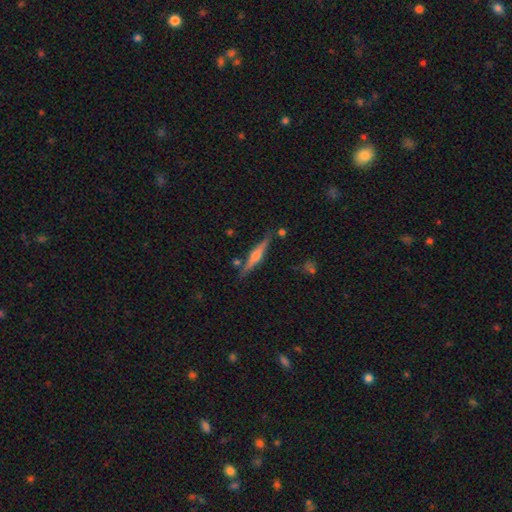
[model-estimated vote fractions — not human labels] Smooth or featured? Predicted: featured or disk (p=0.71). Edge-on disk? Predicted: yes (p=0.98). Edge-on bulge? Predicted: rounded (p=0.86). Merging? Predicted: none (p=0.84).